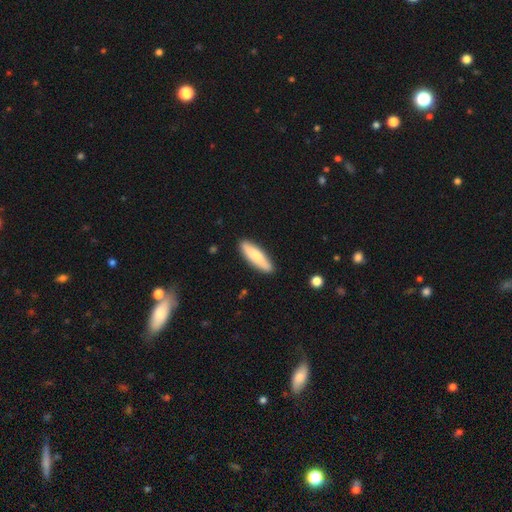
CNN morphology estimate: Smooth or featured? Predicted: smooth (p=0.76). How rounded? Predicted: cigar-shaped (p=0.67). Merging? Predicted: none (p=0.88).